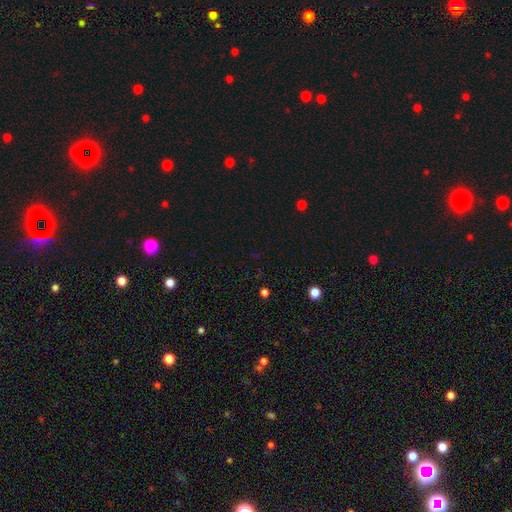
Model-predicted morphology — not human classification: star or artifact 66%, smooth 27%, featured or disk 7%.